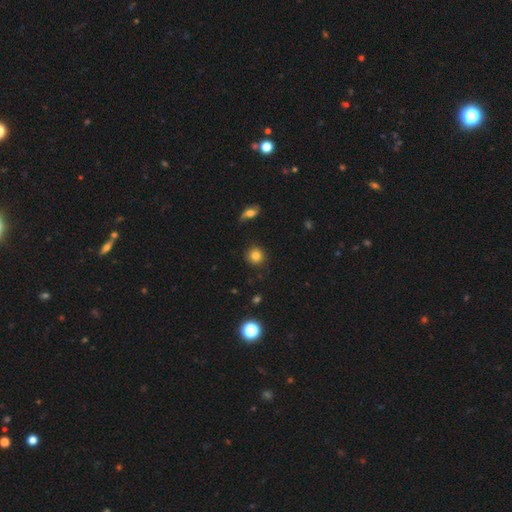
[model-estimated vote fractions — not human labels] This is clearly a smooth galaxy (81%). How rounded: clearly round (91%). Merging: clearly none (86%).